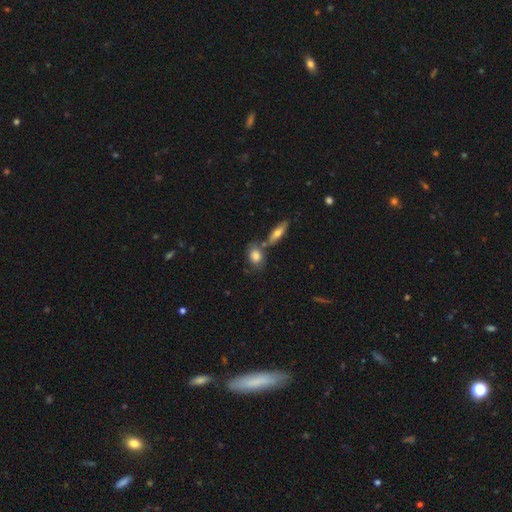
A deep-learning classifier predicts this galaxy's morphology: Smooth or featured: smooth — 79% (featured or disk — 14%)
How rounded: in between — 72% (round — 23%)
Merging: none — 54% (merger — 27%)